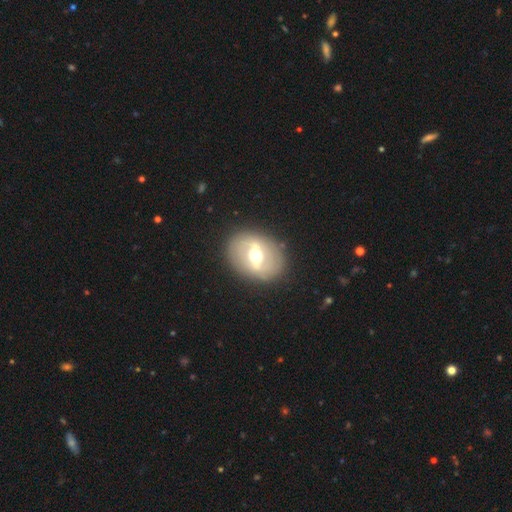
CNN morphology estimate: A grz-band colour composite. It shows a featured or disk galaxy (69%) with a strong bar (63%), no spiral arms (80%) and a moderate central bulge (68%). Merging: none (85%).